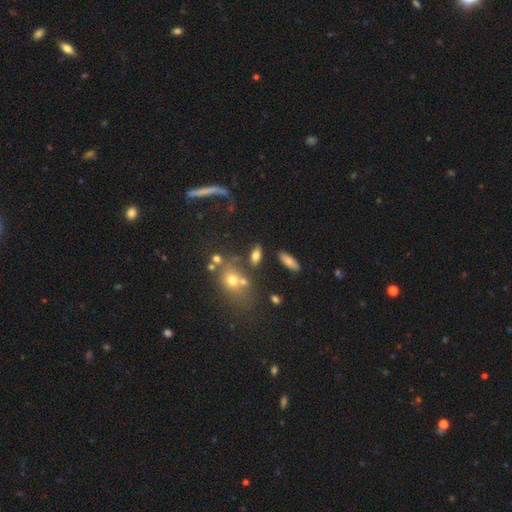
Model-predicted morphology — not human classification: The model was most divided on "merging": none: 66%, minor disturbance: 14%, merger: 14%, major disturbance: 6%. More confident: how rounded — in between (79%); smooth or featured — smooth (70%).